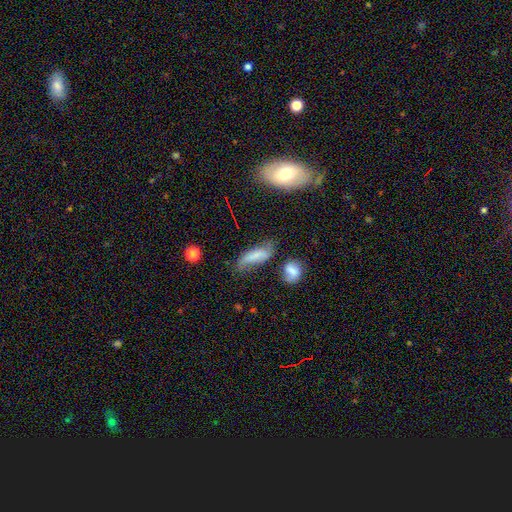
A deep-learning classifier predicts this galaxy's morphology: Smooth or featured?
  - smooth: 61% *
  - featured or disk: 28%
  - star or artifact: 11%
How rounded?
  - in between: 57% *
  - cigar-shaped: 39%
  - round: 4%
Merging?
  - none: 41% *
  - minor disturbance: 32%
  - major disturbance: 18%
  - merger: 9%